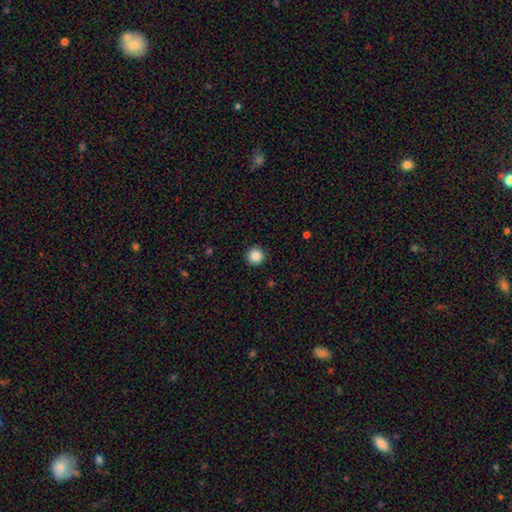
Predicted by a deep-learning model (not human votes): smooth 87%, star or artifact 10%, featured or disk 3%. Down the decision tree: how rounded — round (96%); merging — none (93%).